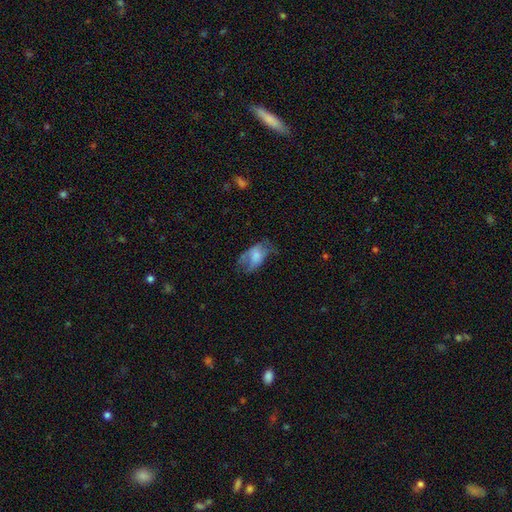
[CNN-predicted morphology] Smooth or featured?
  - smooth: 54% *
  - featured or disk: 38%
  - star or artifact: 9%
How rounded?
  - in between: 89% *
  - round: 8%
  - cigar-shaped: 3%
Merging?
  - none: 35% * (tied)
  - major disturbance: 35% * (tied)
  - minor disturbance: 28%
  - merger: 3%